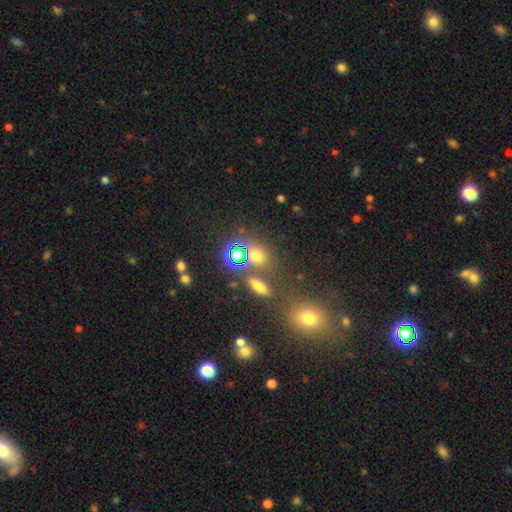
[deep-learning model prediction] Overall: smooth (56%; star or artifact 36%). How rounded: round (68%; in between 29%). Merging: none (69%).